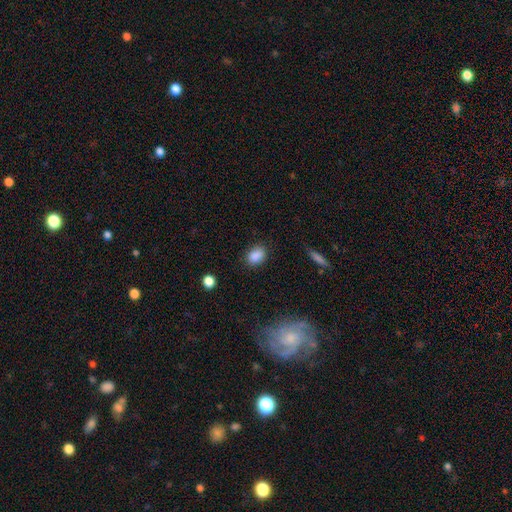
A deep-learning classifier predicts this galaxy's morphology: smooth-or-featured: smooth: 87% | star or artifact: 9% | featured or disk: 4%
  how-rounded: in between: 75% | round: 23% | cigar-shaped: 2%
  merging: none: 83% | minor disturbance: 13% | major disturbance: 3% | merger: 1%